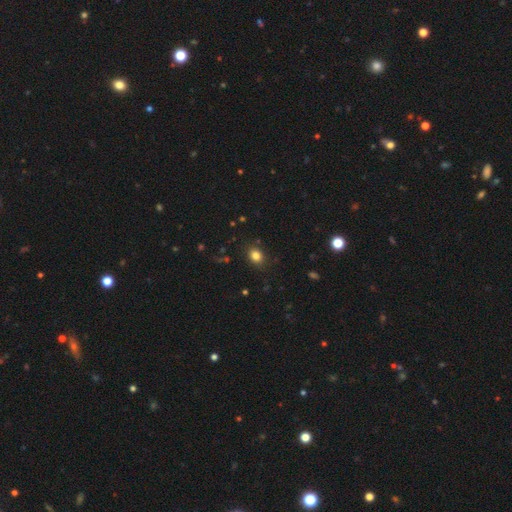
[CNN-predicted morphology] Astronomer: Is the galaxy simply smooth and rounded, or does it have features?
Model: smooth — 82%.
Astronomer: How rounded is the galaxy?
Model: round — 54% (runner-up: in between, 45%).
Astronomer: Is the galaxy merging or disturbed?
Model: none — 86%.